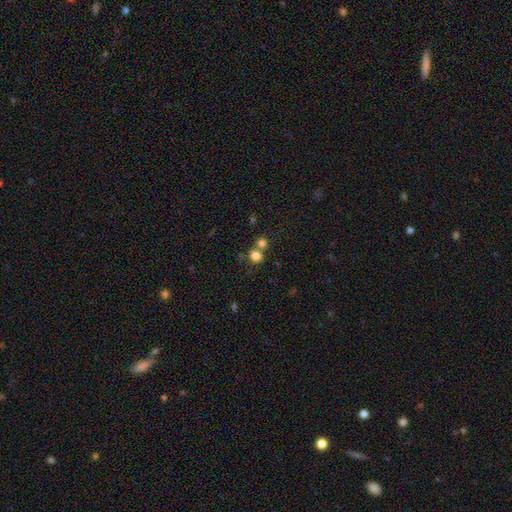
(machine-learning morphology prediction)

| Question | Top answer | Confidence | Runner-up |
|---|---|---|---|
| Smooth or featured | smooth | 80% | star or artifact (13%) |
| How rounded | round | 75% | in between (24%) |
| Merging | none | 51% | merger (37%) |